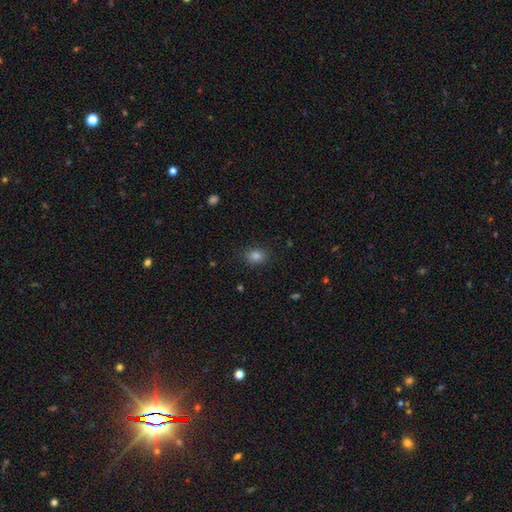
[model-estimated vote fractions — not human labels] Smooth or featured: smooth — 82% (star or artifact — 13%)
How rounded: in between — 51% (round — 48%)
Merging: none — 87% (minor disturbance — 9%)